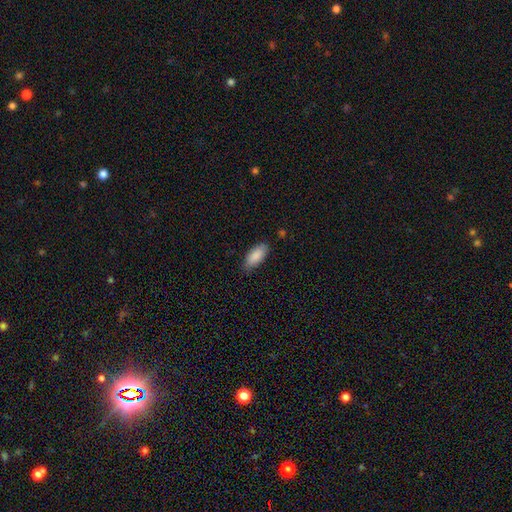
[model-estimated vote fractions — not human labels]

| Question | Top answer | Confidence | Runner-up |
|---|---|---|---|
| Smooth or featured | smooth | 89% | star or artifact (6%) |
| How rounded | in between | 84% | cigar-shaped (14%) |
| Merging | none | 82% | minor disturbance (15%) |